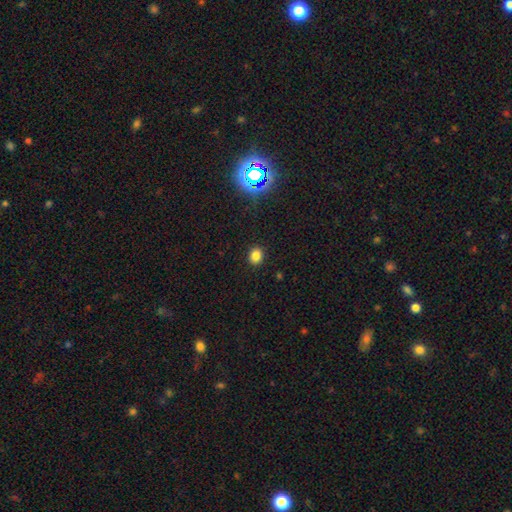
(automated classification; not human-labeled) The model was most divided on "how rounded": round: 57%, in between: 42%, cigar-shaped: 1%. More confident: merging — none (91%); smooth or featured — smooth (82%).